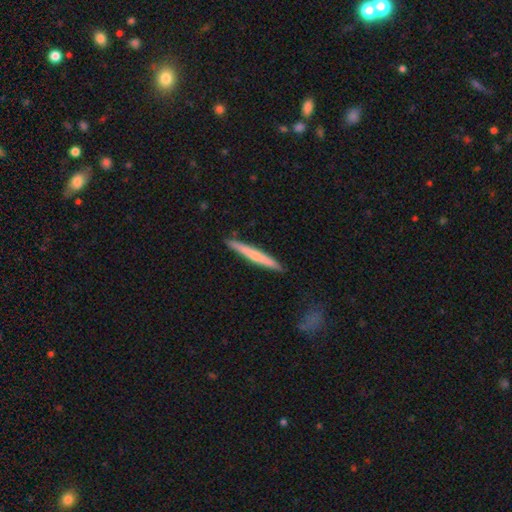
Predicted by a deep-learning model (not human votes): Smooth or featured?
  - smooth: 62% *
  - featured or disk: 33%
  - star or artifact: 5%
How rounded?
  - cigar-shaped: 96% *
  - in between: 2%
  - round: 1%
Merging?
  - none: 90% *
  - minor disturbance: 7%
  - major disturbance: 1%
  - merger: 1%